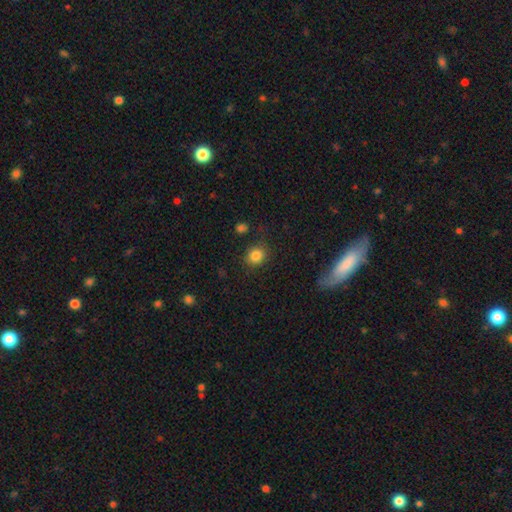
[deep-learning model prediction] Q: Smooth or featured?
A: smooth (84%); runner-up: star or artifact (11%)
Q: How rounded?
A: round (79%); runner-up: in between (20%)
Q: Merging?
A: none (82%); runner-up: minor disturbance (11%)